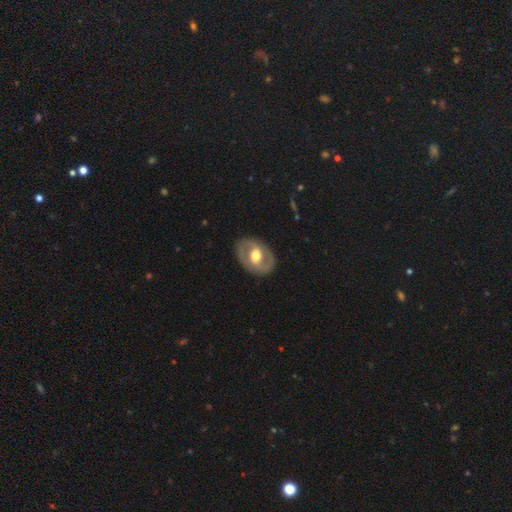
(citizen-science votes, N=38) Smooth or featured?
  - featured or disk: 68% *
  - smooth: 26%
  - star or artifact: 5%
Edge-on disk?
  - no: 100% *
  - yes: 0%
Bar?
  - no: 50% *
  - weak: 38%
  - strong: 12%
Spiral arms?
  - no: 58% *
  - yes: 42%
Bulge size?
  - moderate: 54% *
  - large: 38%
  - dominant: 4%
  - small: 4%
  - none: 0%
Merging?
  - none: 86% *
  - minor disturbance: 11%
  - major disturbance: 3%
  - merger: 0%